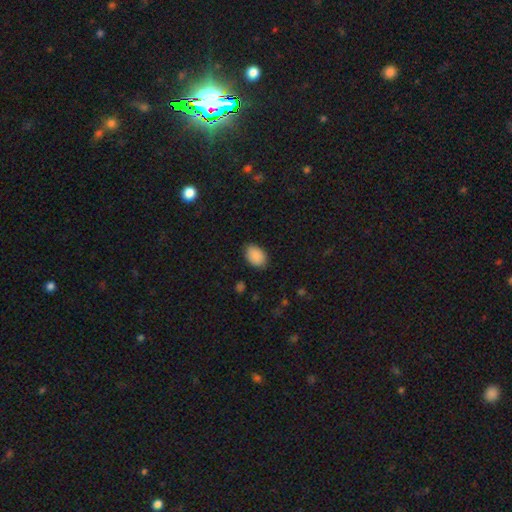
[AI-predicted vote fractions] Q: Smooth or featured?
A: smooth (90%); runner-up: star or artifact (7%)
Q: How rounded?
A: in between (86%); runner-up: round (13%)
Q: Merging?
A: none (84%); runner-up: minor disturbance (13%)